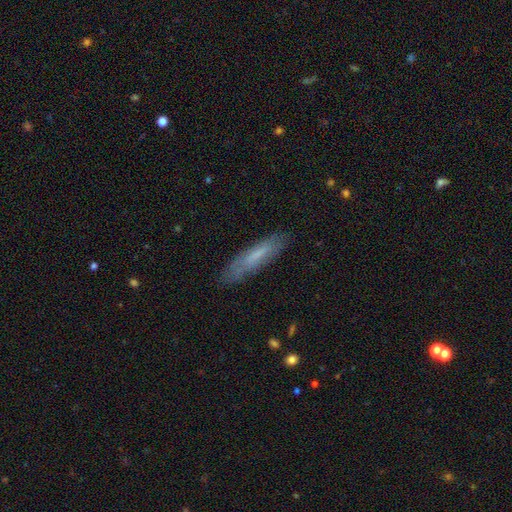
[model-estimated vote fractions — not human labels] The model was most divided on "smooth or featured": smooth: 60%, featured or disk: 33%, star or artifact: 7%. More confident: merging — none (82%); how rounded — cigar-shaped (79%).